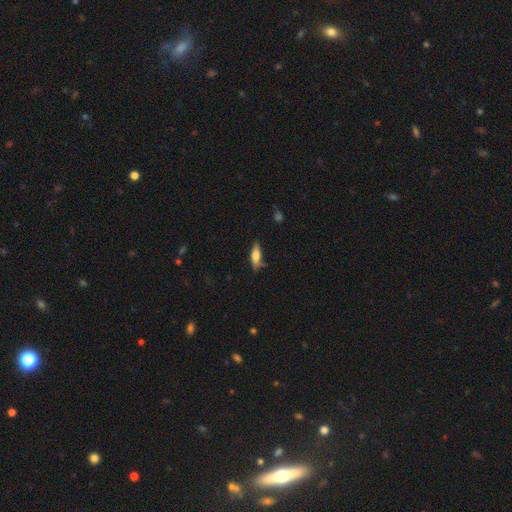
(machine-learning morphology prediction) A smooth galaxy with no disk features (64%) that is in between round and cigar-shaped (52%).

Vote fractions:
- Smooth or featured? smooth: 64% / featured or disk: 29% / star or artifact: 7%
- How rounded? in between: 52% / cigar-shaped: 46% / round: 2%
- Merging? none: 70% / minor disturbance: 23% / major disturbance: 5% / merger: 3%